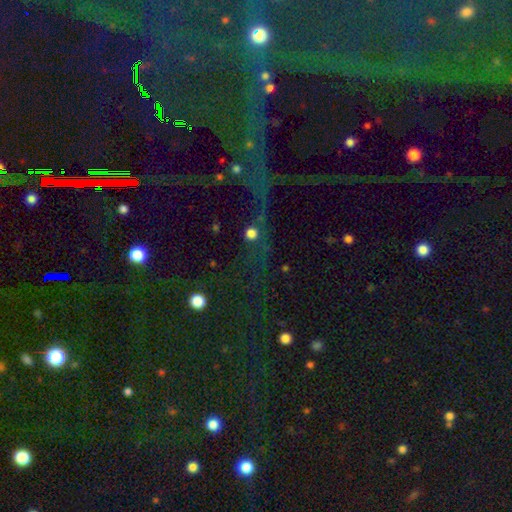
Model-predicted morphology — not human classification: Overall: star or artifact (74%).